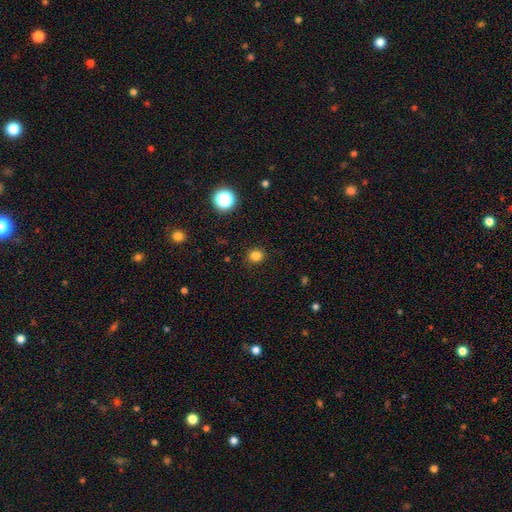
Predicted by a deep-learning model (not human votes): smooth-or-featured: smooth: 82% | star or artifact: 14% | featured or disk: 4%
  how-rounded: round: 72% | in between: 27% | cigar-shaped: 1%
  merging: none: 89% | minor disturbance: 8% | major disturbance: 2% | merger: 1%